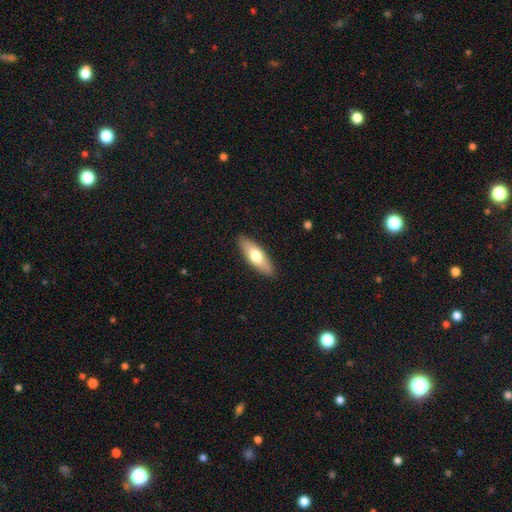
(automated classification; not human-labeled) Overall: smooth (64%; featured or disk 31%). How rounded: in between (58%; cigar-shaped 40%). Merging: none (89%).